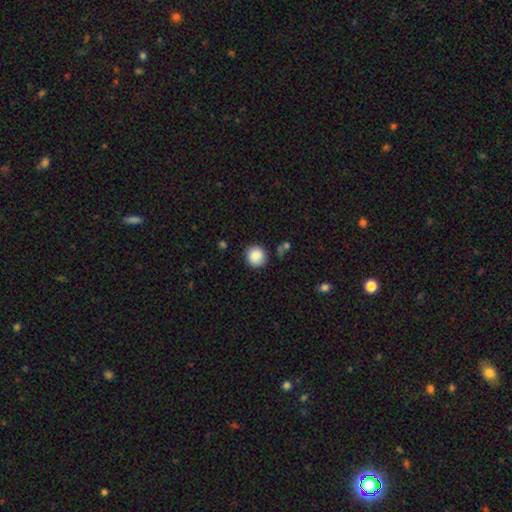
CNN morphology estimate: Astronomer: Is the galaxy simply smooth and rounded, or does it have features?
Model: smooth — 88%.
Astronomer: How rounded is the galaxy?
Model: round — 91%.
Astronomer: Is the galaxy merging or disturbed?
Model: none — 84%.